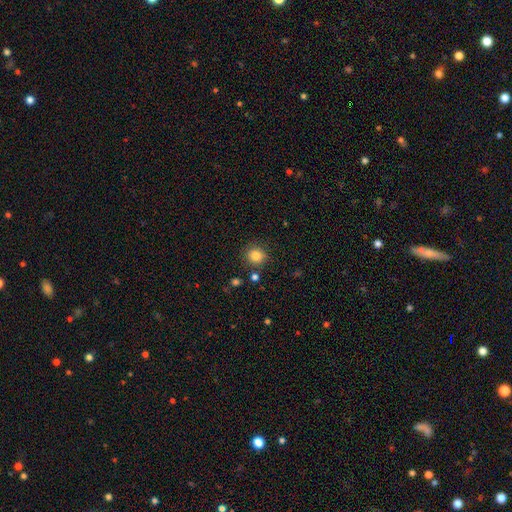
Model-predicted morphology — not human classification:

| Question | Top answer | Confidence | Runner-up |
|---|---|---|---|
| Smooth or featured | smooth | 83% | star or artifact (11%) |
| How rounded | round | 89% | in between (10%) |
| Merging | none | 83% | minor disturbance (10%) |